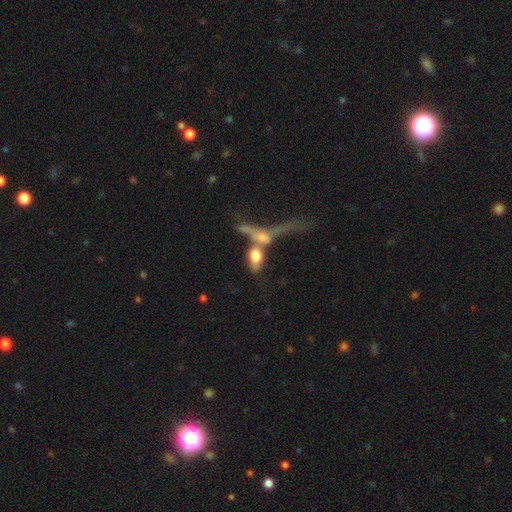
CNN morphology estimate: smooth_or_featured: smooth (p=0.61) [alt: featured or disk p=0.29]
how_rounded: in between (p=0.77) [alt: cigar-shaped p=0.12]
merging: merger (p=0.64) [alt: none p=0.15]